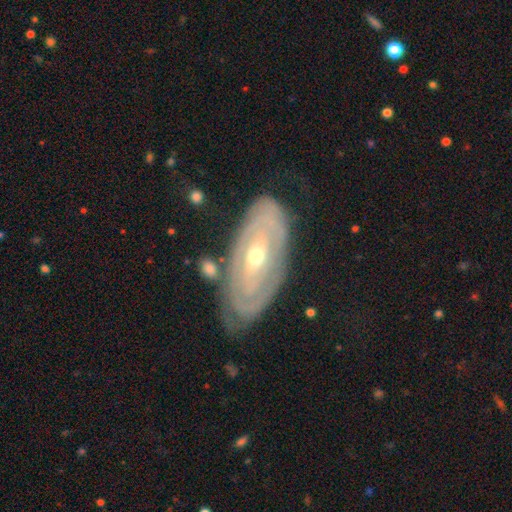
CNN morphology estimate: smooth-or-featured: featured or disk: 83% | smooth: 11% | star or artifact: 6%
  disk-edge-on: no: 90% | yes: 10%
    bar: no: 54% | weak: 31% | strong: 14%
    has-spiral-arms: yes: 80% | no: 20%
      spiral-winding: tight: 82% | medium: 13% | loose: 4%
      spiral-arm-count: can't tell: 54% | 2: 25% | 3: 8% | 4: 5% | 1: 4% | more than 4: 4%
    bulge-size: moderate: 52% | small: 44% | large: 2% | dominant: 1% | none: 1%
  merging: none: 77% | minor disturbance: 15% | major disturbance: 5% | merger: 3%